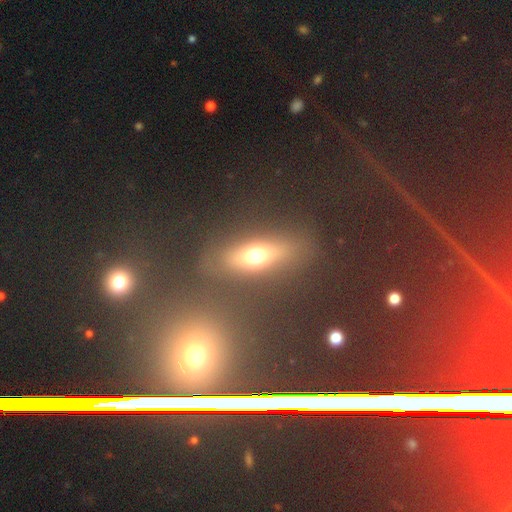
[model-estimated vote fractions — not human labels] Smooth or featured?
  - smooth: 56% *
  - featured or disk: 29%
  - star or artifact: 15%
How rounded?
  - in between: 55% *
  - cigar-shaped: 31%
  - round: 13%
Merging?
  - none: 80% *
  - minor disturbance: 11%
  - major disturbance: 6%
  - merger: 4%